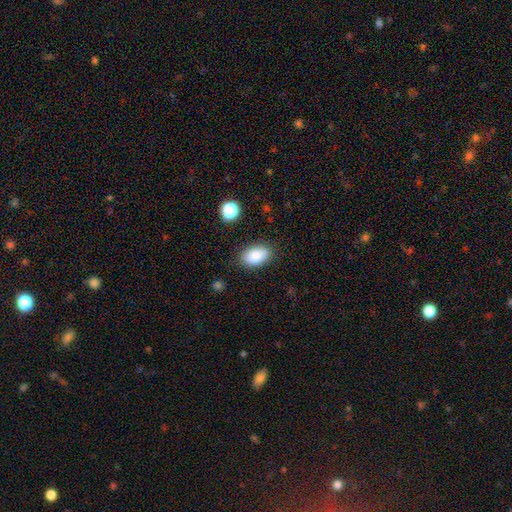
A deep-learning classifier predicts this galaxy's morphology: This is clearly a smooth galaxy (87%). How rounded: clearly in between (89%). Merging: clearly none (83%).